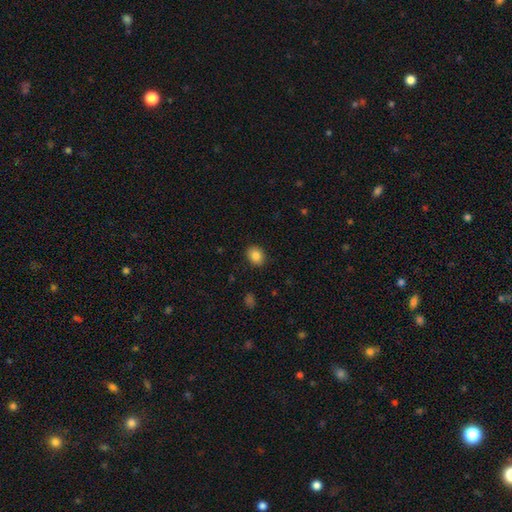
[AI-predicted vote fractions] The model was most divided on "how rounded": round: 55%, in between: 44%, cigar-shaped: 1%. More confident: merging — none (88%); smooth or featured — smooth (85%).